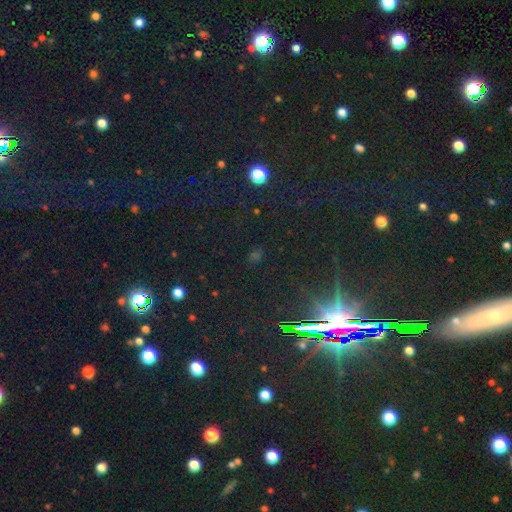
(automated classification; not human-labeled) smooth-or-featured: star or artifact: 72% | smooth: 19% | featured or disk: 9%